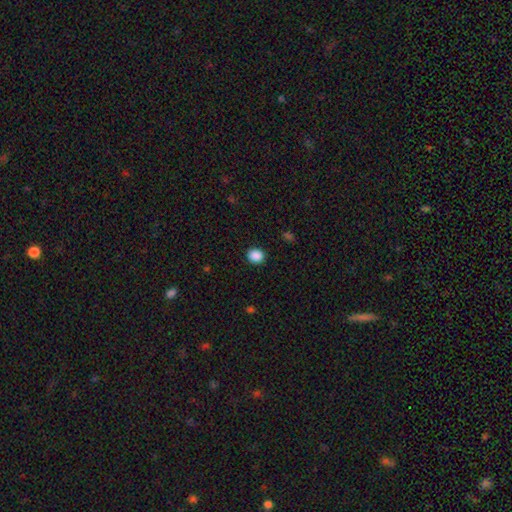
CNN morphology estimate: This is clearly a smooth galaxy (88%). How rounded: likely round (71%). Merging: clearly none (90%).